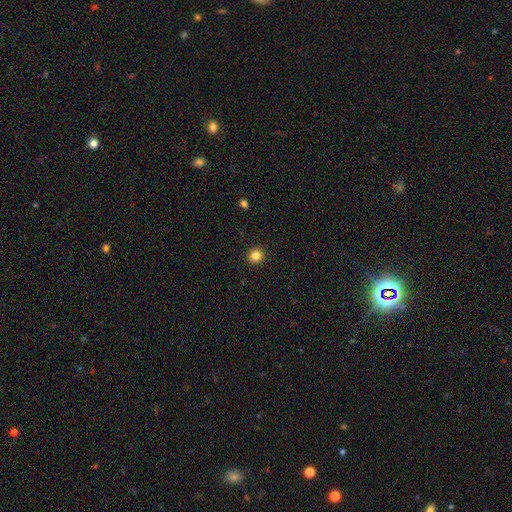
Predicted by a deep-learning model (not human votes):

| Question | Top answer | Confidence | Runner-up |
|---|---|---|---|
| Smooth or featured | smooth | 84% | star or artifact (12%) |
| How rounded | round | 91% | in between (8%) |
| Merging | none | 93% | minor disturbance (5%) |